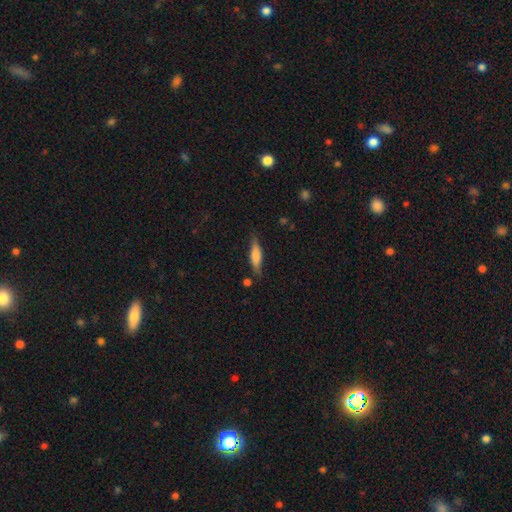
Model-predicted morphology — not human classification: Smooth or featured?
  - smooth: 70% *
  - featured or disk: 23%
  - star or artifact: 7%
How rounded?
  - cigar-shaped: 65% *
  - in between: 33%
  - round: 2%
Merging?
  - none: 75% *
  - minor disturbance: 18%
  - major disturbance: 4%
  - merger: 3%